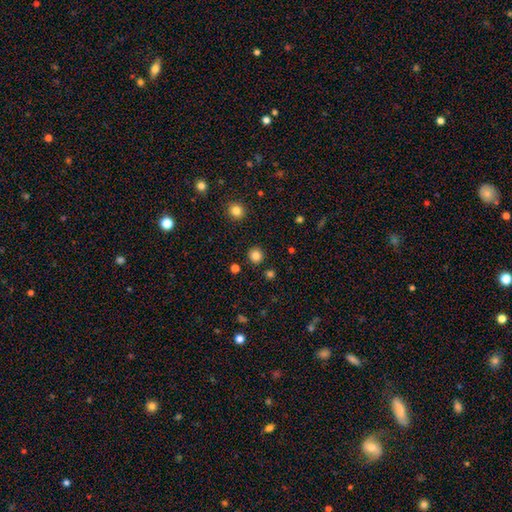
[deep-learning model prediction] Smooth or featured? smooth (83%)
How rounded? round (93%)
Merging? none (91%)